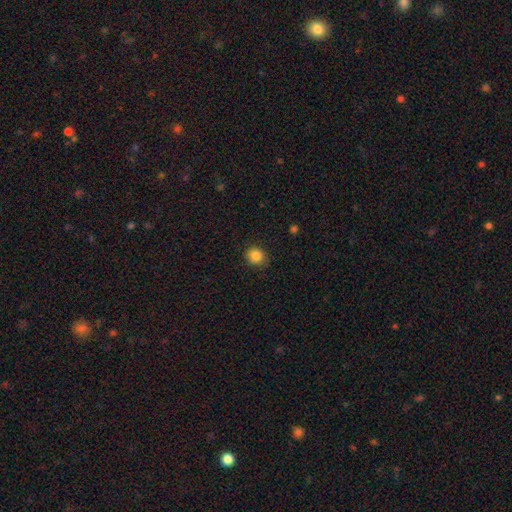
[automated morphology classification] This is clearly a smooth galaxy (85%). How rounded: clearly round (83%). Merging: clearly none (87%).